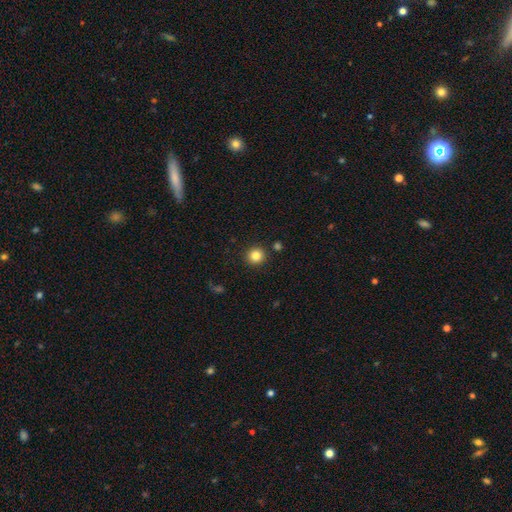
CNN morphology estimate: A smooth galaxy with no disk features (84%) that is round (93%). Merging: none (90%).